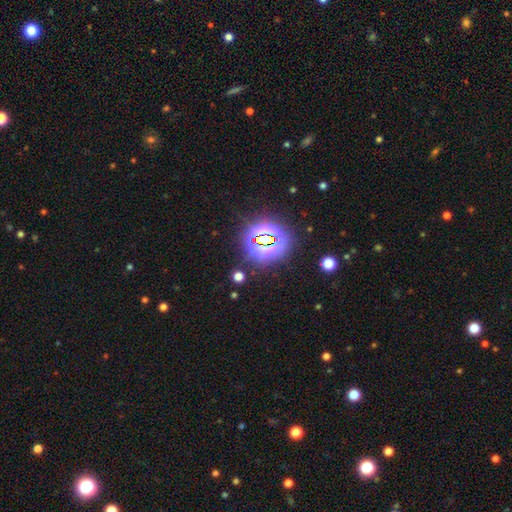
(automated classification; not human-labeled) A star or artifact, not a galaxy (81%).

Vote fractions:
- Smooth or featured? star or artifact: 81% / smooth: 12% / featured or disk: 7%